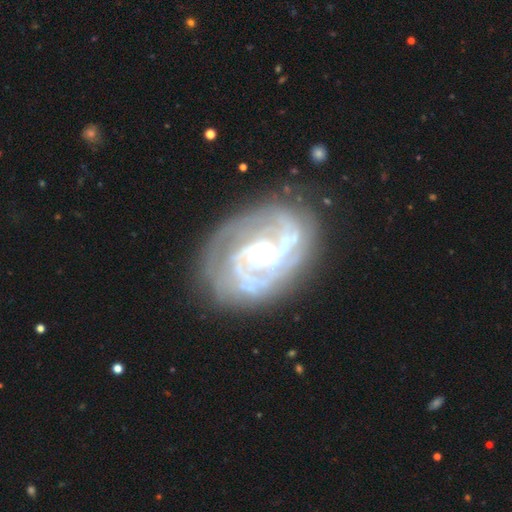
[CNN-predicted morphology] Smooth or featured? Predicted: featured or disk (p=0.87). Edge-on disk? Predicted: no (p=0.97). Bar? Predicted: no (p=0.53). Spiral arms? Predicted: yes (p=0.92). Spiral winding? Predicted: tight (p=0.59). Spiral arm count? Predicted: 2 (p=0.32). Bulge size? Predicted: moderate (p=0.54). Merging? Predicted: none (p=0.65).